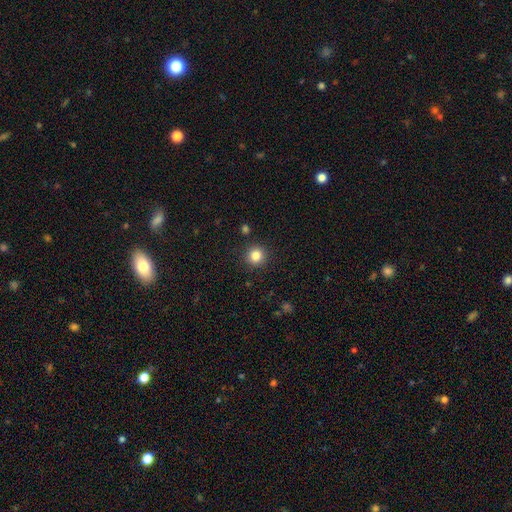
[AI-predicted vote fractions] smooth-or-featured: smooth: 83% | star or artifact: 12% | featured or disk: 5%
  how-rounded: round: 94% | in between: 5% | cigar-shaped: 1%
  merging: none: 91% | minor disturbance: 6% | major disturbance: 2% | merger: 2%